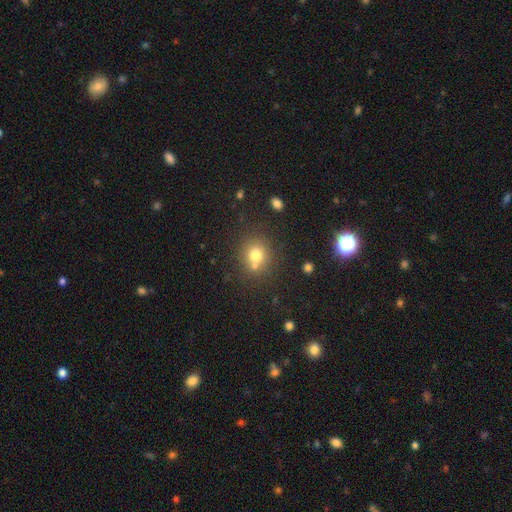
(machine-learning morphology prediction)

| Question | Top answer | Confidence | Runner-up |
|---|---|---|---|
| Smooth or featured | smooth | 73% | star or artifact (15%) |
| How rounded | round | 84% | in between (16%) |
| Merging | none | 64% | merger (22%) |